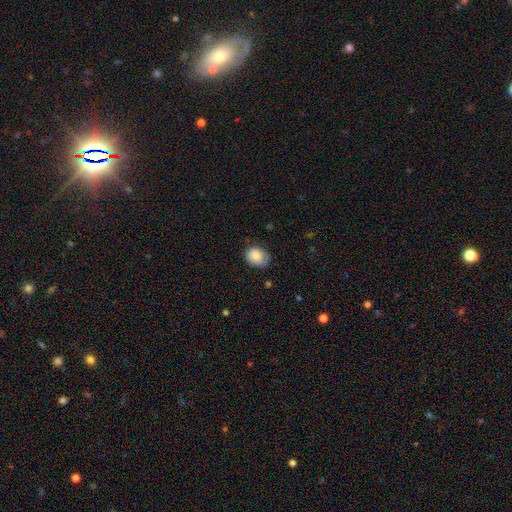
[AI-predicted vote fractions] smooth-or-featured: smooth: 84% | star or artifact: 8% | featured or disk: 8%
  how-rounded: in between: 50% (tied) | round: 50% (tied) | cigar-shaped: 1%
  merging: none: 64% | minor disturbance: 28% | major disturbance: 6% | merger: 1%